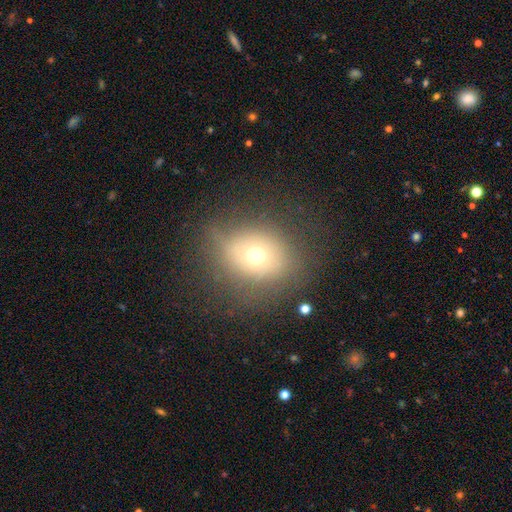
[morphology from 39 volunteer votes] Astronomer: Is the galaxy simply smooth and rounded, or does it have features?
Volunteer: smooth — 62%.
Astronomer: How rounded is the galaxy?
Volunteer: round — 71%.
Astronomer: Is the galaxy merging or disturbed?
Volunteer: none — 69%.